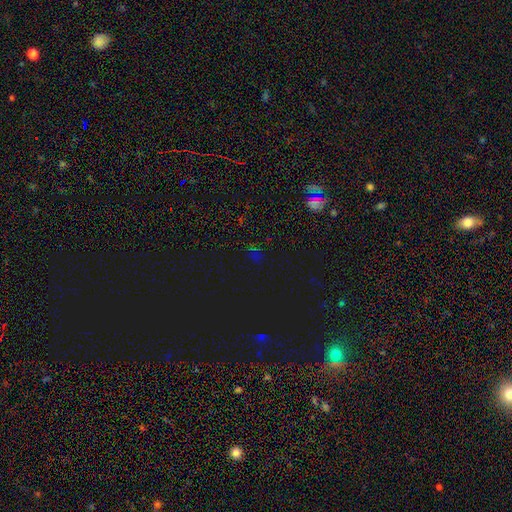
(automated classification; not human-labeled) A star or artifact, not a galaxy (74%).